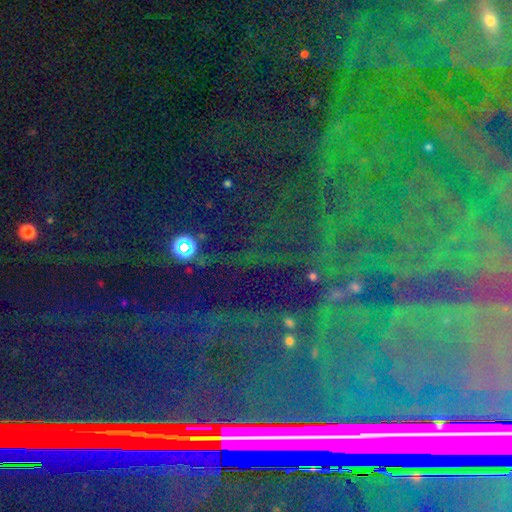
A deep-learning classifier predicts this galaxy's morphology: A star or artifact, not a galaxy (78%).

Vote fractions:
- Smooth or featured? star or artifact: 78% / featured or disk: 12% / smooth: 10%